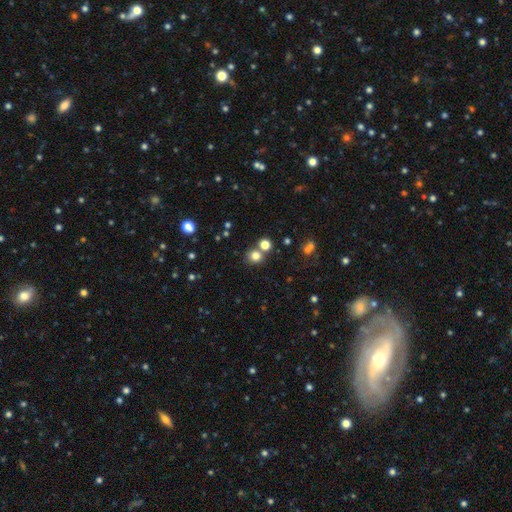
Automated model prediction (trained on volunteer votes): A smooth galaxy with no disk features (77%) that is round (84%).

Vote fractions:
- Smooth or featured? smooth: 77% / star or artifact: 16% / featured or disk: 7%
- How rounded? round: 84% / in between: 15% / cigar-shaped: 1%
- Merging? none: 69% / merger: 20% / minor disturbance: 8% / major disturbance: 3%